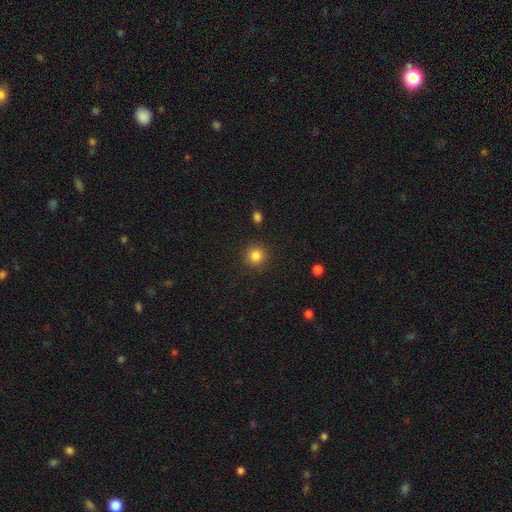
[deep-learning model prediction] Smooth or featured? Predicted: smooth (p=0.84). How rounded? Predicted: round (p=0.94). Merging? Predicted: none (p=0.90).